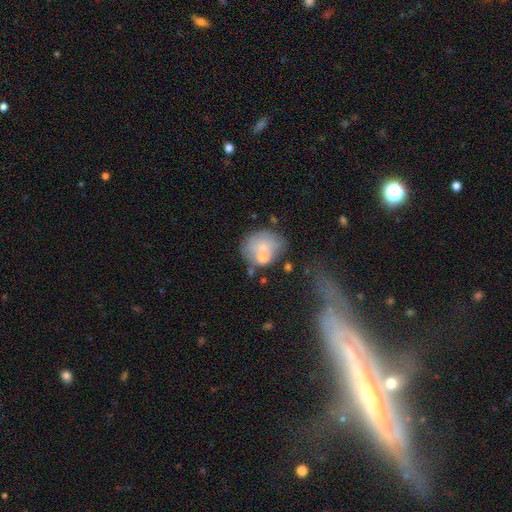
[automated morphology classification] Q: Smooth or featured?
A: smooth (65%); runner-up: featured or disk (25%)
Q: How rounded?
A: round (60%); runner-up: in between (39%)
Q: Merging?
A: none (50%); runner-up: minor disturbance (24%)